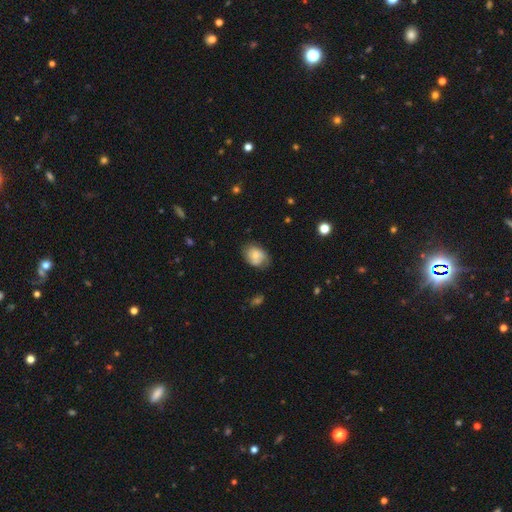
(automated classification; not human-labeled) This appears to be a smooth galaxy with no disk features (60%) that is in between round and cigar-shaped (67%). Merging: none (60%).